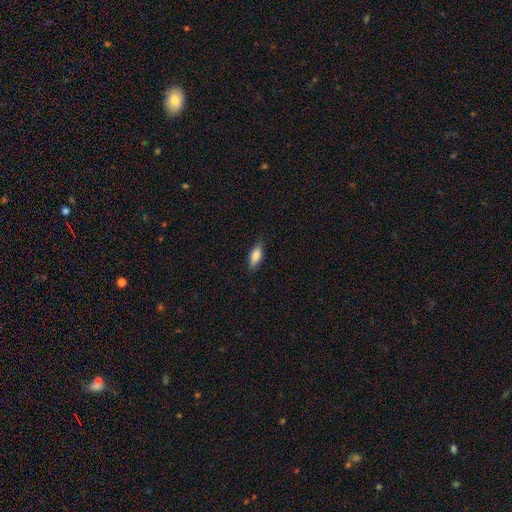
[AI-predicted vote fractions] smooth-or-featured: smooth: 82% | featured or disk: 12% | star or artifact: 7%
  how-rounded: in between: 72% | cigar-shaped: 25% | round: 3%
  merging: none: 81% | minor disturbance: 15% | major disturbance: 3% | merger: 1%